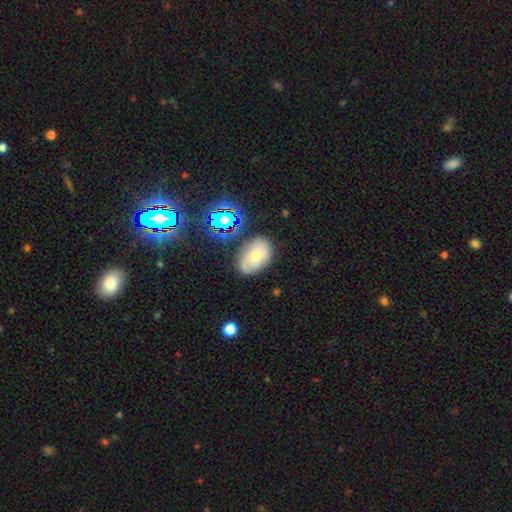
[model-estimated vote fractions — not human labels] smooth 51%, featured or disk 35%, star or artifact 14%. Down the decision tree: how rounded — in between (87%); merging — none (72%).